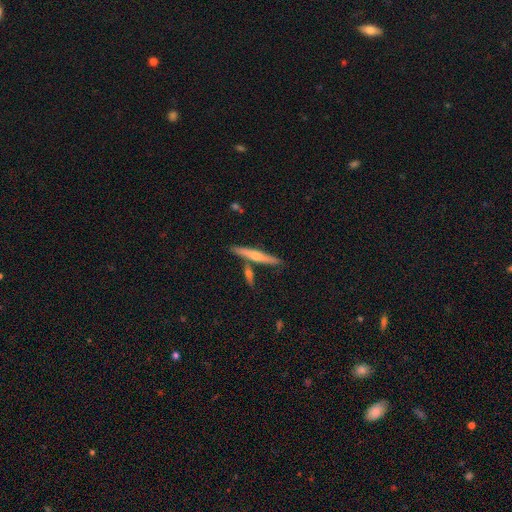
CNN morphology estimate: Q: Smooth or featured?
A: featured or disk (55%); runner-up: smooth (39%)
Q: Edge-on disk?
A: yes (96%); runner-up: no (4%)
Q: Edge-on bulge?
A: rounded (77%); runner-up: none (19%)
Q: Merging?
A: none (77%); runner-up: merger (12%)